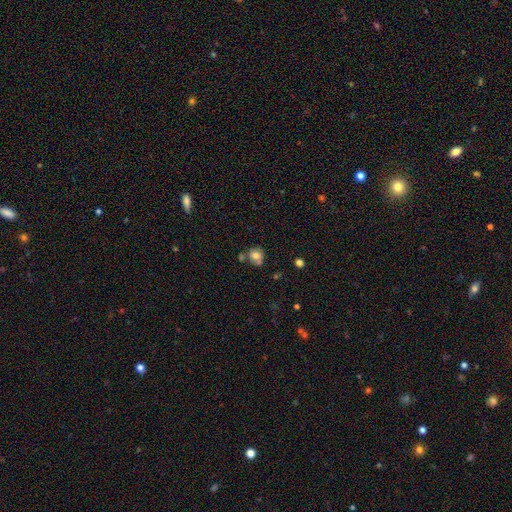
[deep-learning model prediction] smooth 73%, featured or disk 17%, star or artifact 11%. Down the decision tree: how rounded — round (79%); merging — none (54%).